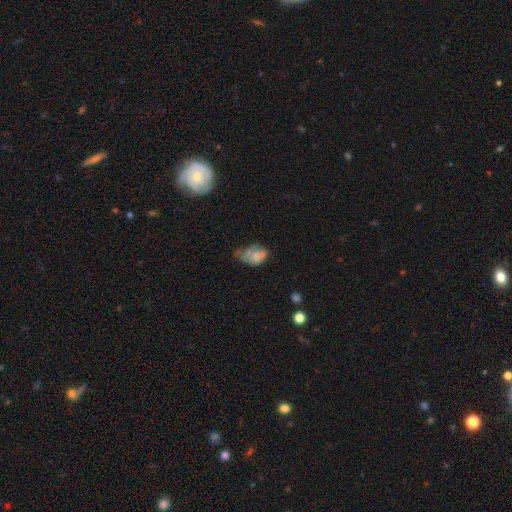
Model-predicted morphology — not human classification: Q: Smooth or featured?
A: smooth (58%); runner-up: featured or disk (30%)
Q: How rounded?
A: in between (81%); runner-up: round (18%)
Q: Merging?
A: minor disturbance (31%); runner-up: major disturbance (30%)